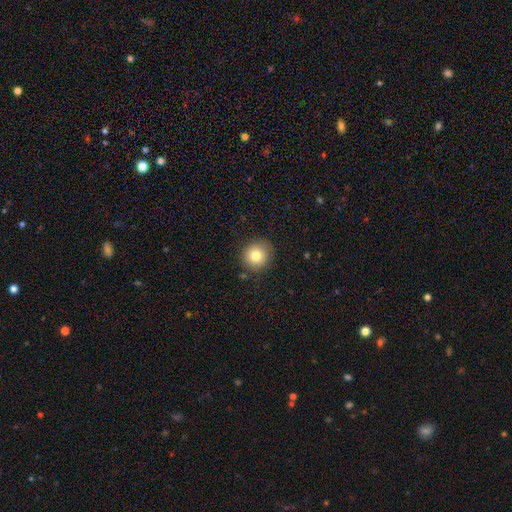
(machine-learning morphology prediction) smooth_or_featured: smooth (p=0.80) [alt: star or artifact p=0.10]
how_rounded: round (p=0.92) [alt: in between p=0.07]
merging: none (p=0.85) [alt: minor disturbance p=0.10]